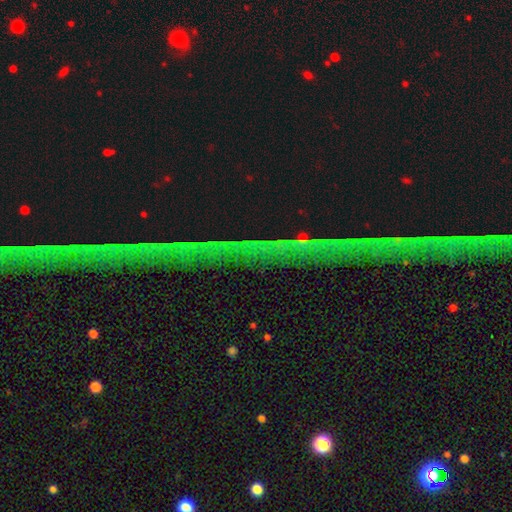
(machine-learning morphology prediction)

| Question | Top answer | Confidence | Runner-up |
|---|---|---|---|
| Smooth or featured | star or artifact | 83% | featured or disk (11%) |